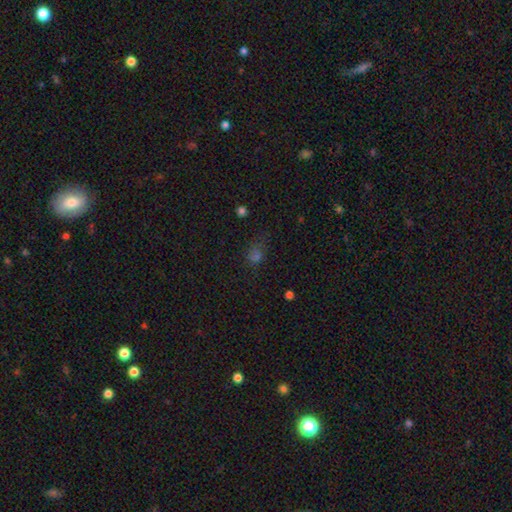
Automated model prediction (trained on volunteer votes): Morphology: type=smooth (58%); roundness=in between (50%); merging=none (54%).